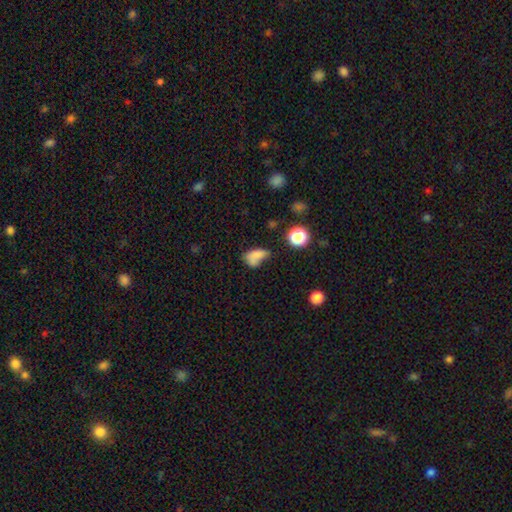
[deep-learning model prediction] Smooth or featured? smooth (71%)
How rounded? in between (82%)
Merging? none (32%)